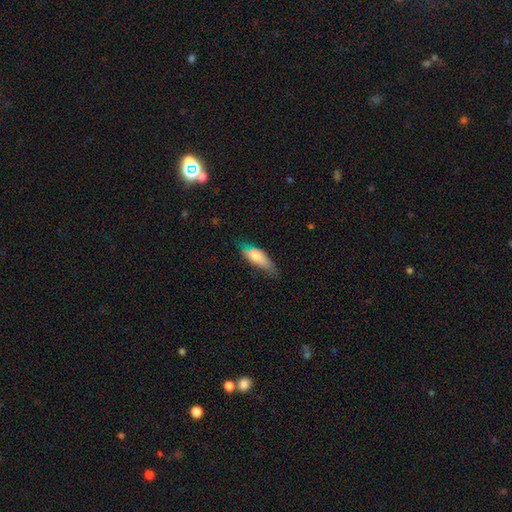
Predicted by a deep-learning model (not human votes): A smooth galaxy with no disk features (67%) that is in between round and cigar-shaped (58%).

Vote fractions:
- Smooth or featured? smooth: 67% / featured or disk: 26% / star or artifact: 6%
- How rounded? in between: 58% / cigar-shaped: 40% / round: 2%
- Merging? none: 60% / minor disturbance: 30% / major disturbance: 8% / merger: 2%